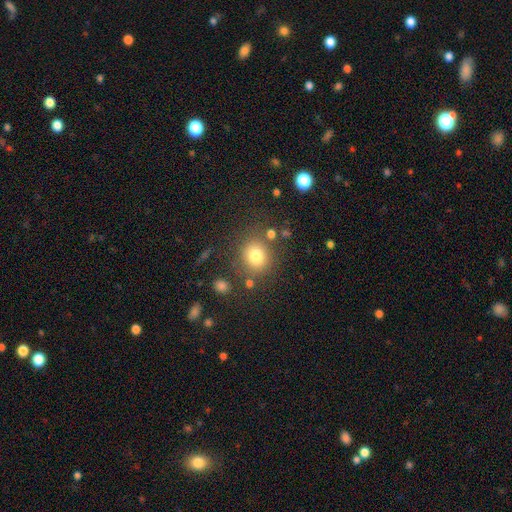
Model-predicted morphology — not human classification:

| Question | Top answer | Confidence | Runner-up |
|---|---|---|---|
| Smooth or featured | smooth | 79% | star or artifact (13%) |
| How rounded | round | 78% | in between (21%) |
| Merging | none | 77% | minor disturbance (11%) |